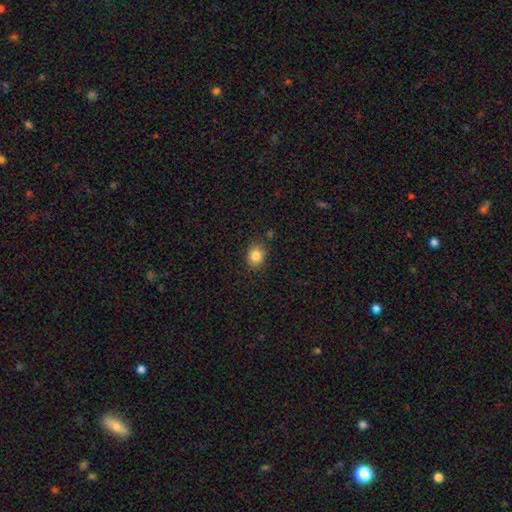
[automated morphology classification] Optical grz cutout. It shows a smooth galaxy with no disk features (84%) that is round (63%). Merging: none (83%).